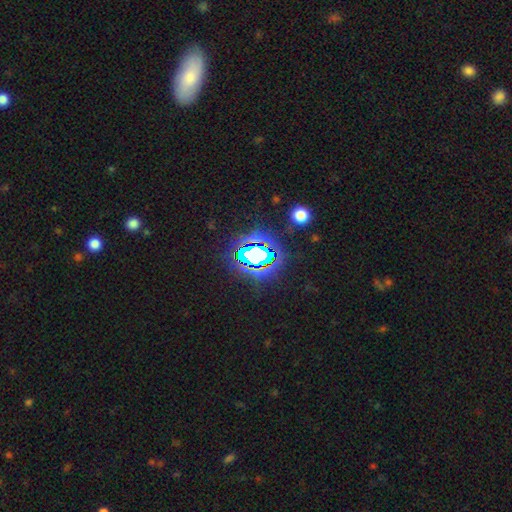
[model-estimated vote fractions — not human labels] A star or artifact, not a galaxy (68%).

Vote fractions:
- Smooth or featured? star or artifact: 68% / smooth: 18% / featured or disk: 15%